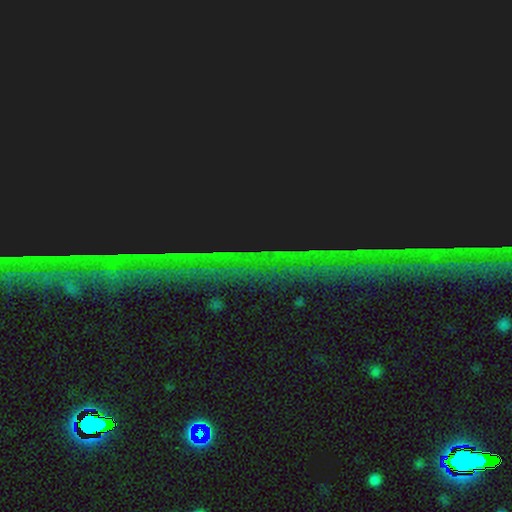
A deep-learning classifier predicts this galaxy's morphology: type=star or artifact (85%).